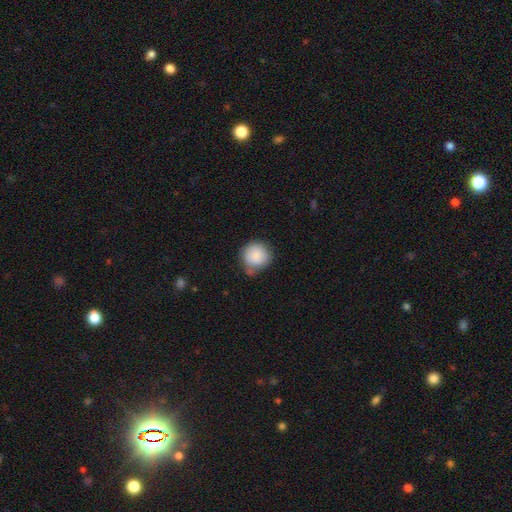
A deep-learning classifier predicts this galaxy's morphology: A smooth galaxy with no disk features (85%) that is round (91%). Merging: none (60%).